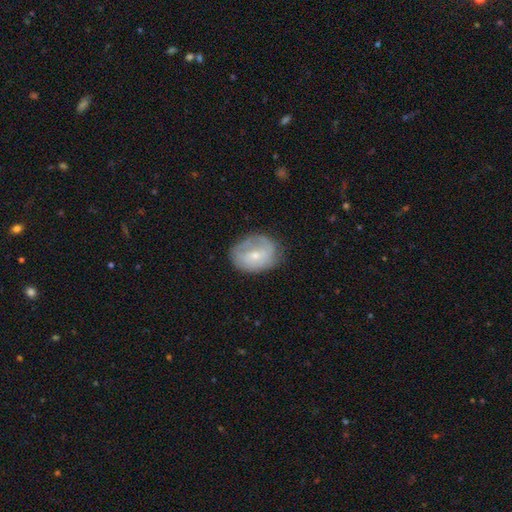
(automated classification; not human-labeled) This appears to be a featured or disk galaxy (58%) with no bar (50%), spiral arms (72%) and a small central bulge (62%). Merging: none (62%).